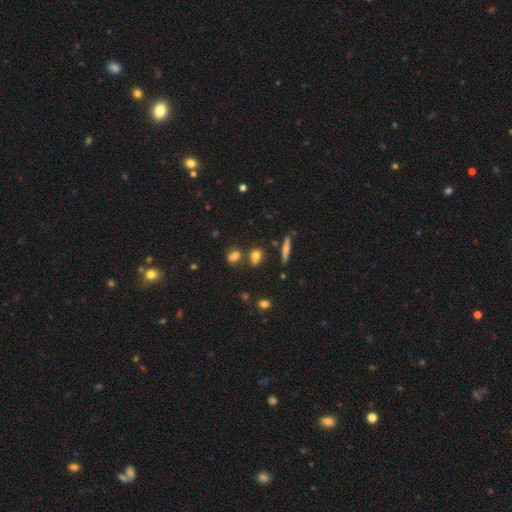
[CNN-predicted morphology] Q: Smooth or featured?
A: smooth (75%); runner-up: star or artifact (14%)
Q: How rounded?
A: in between (57%); runner-up: round (36%)
Q: Merging?
A: none (64%); runner-up: merger (18%)